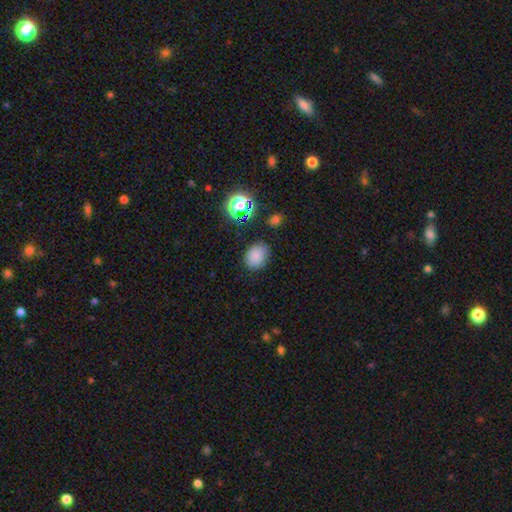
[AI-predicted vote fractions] The model was most divided on "how rounded": in between: 57%, round: 42%, cigar-shaped: 1%. More confident: merging — none (80%); smooth or featured — smooth (79%).